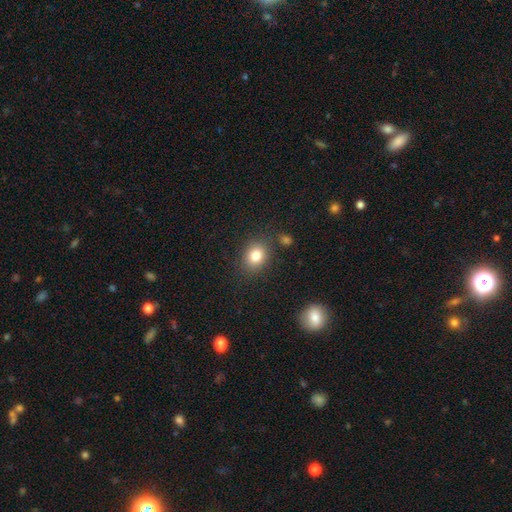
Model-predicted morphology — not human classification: The model was most divided on "how rounded": round: 59%, in between: 40%, cigar-shaped: 1%. More confident: merging — none (83%); smooth or featured — smooth (81%).